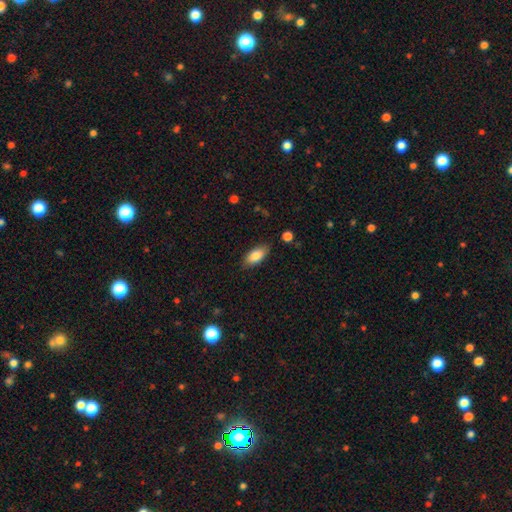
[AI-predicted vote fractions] Q: Smooth or featured?
A: smooth (83%); runner-up: featured or disk (10%)
Q: How rounded?
A: in between (89%); runner-up: cigar-shaped (8%)
Q: Merging?
A: none (83%); runner-up: minor disturbance (13%)